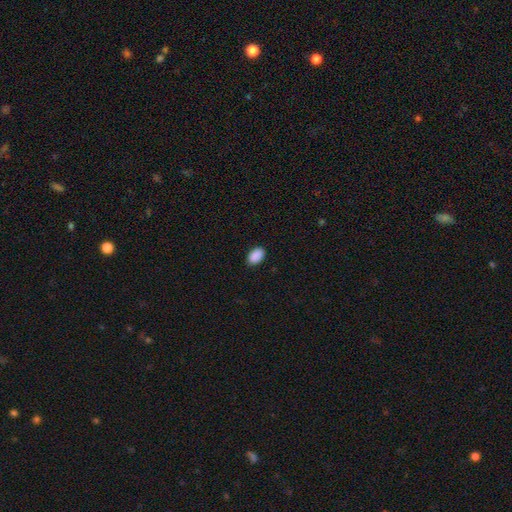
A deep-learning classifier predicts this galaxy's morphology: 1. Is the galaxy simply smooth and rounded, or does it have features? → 90% smooth, 7% star or artifact, 2% featured or disk.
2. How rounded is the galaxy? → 91% in between, 8% round, 1% cigar-shaped.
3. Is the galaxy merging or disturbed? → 88% none, 9% minor disturbance, 2% major disturbance, 1% merger.